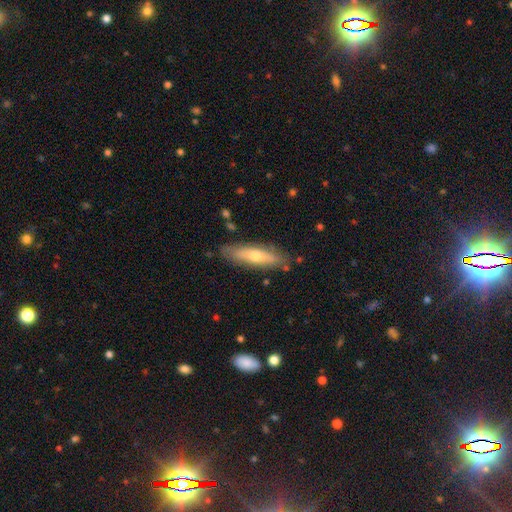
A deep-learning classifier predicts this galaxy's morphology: Smooth or featured? smooth (53%)
How rounded? cigar-shaped (64%)
Merging? none (81%)